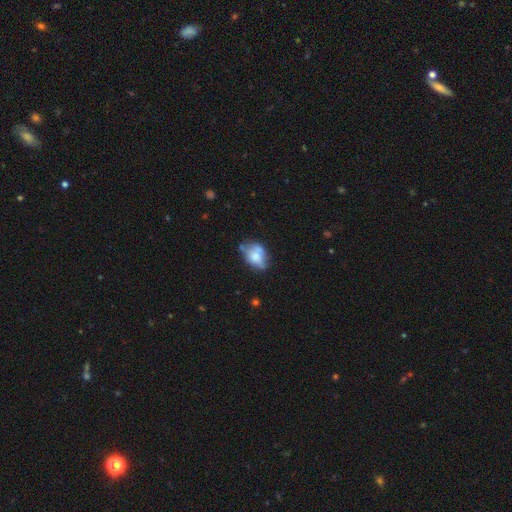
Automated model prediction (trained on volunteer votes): Smooth or featured? smooth (59%)
How rounded? in between (76%)
Merging? none (42%)